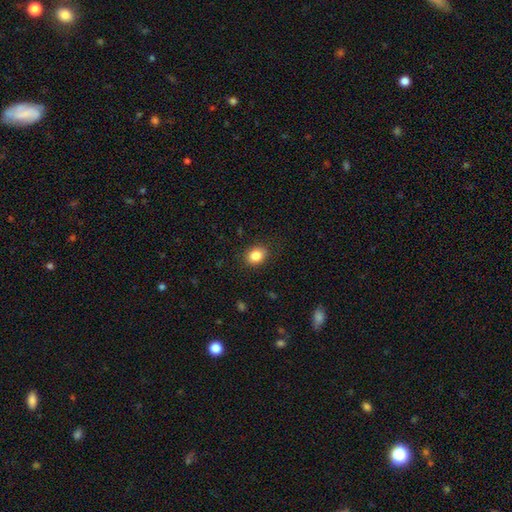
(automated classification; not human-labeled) A smooth galaxy with no disk features (84%) that is in between round and cigar-shaped (54%). Merging: none (87%).